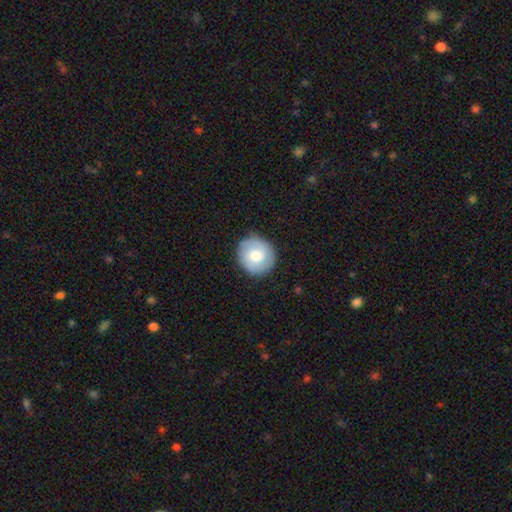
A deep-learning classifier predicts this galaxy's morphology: Overall: smooth (53%; featured or disk 40%). How rounded: round (86%). Merging: none (86%).